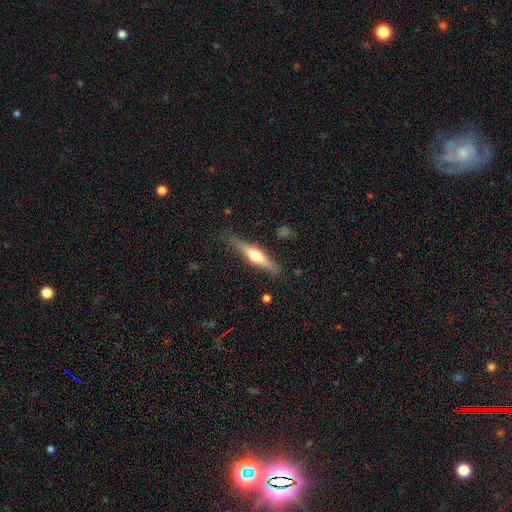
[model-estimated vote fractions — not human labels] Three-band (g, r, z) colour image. It shows a featured or disk galaxy (57%) viewed edge-on (94%) with a rounded central bulge (91%). Merging: none (83%).